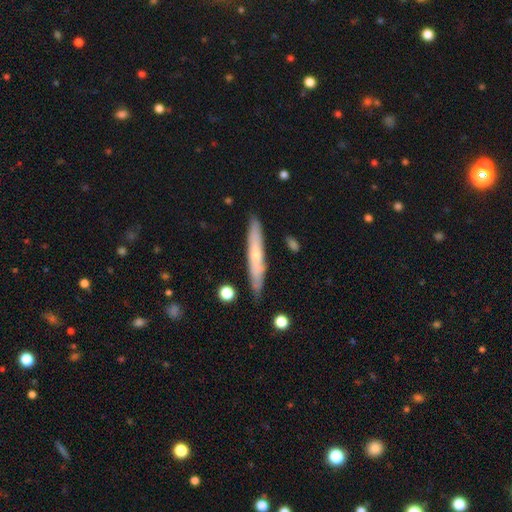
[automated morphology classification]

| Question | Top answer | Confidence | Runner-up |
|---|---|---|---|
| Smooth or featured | smooth | 48% | featured or disk (46%) |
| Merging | none | 83% | minor disturbance (12%) |